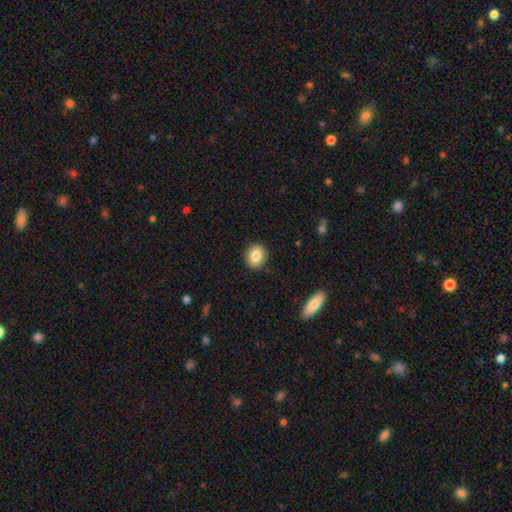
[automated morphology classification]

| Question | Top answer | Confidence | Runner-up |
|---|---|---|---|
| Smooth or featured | smooth | 84% | star or artifact (8%) |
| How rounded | round | 70% | in between (29%) |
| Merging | none | 90% | minor disturbance (7%) |